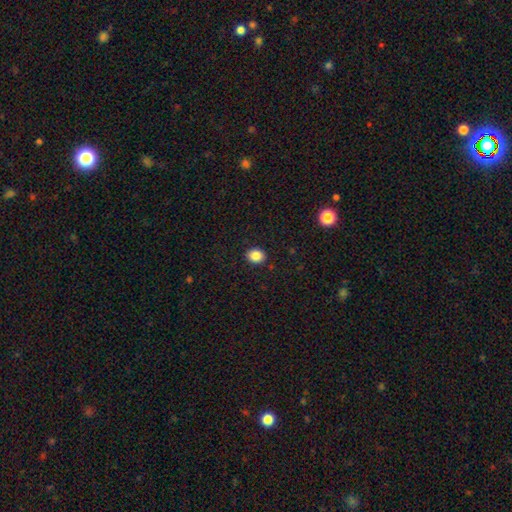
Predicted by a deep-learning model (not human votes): Smooth or featured? Predicted: smooth (p=0.85). How rounded? Predicted: round (p=0.55). Merging? Predicted: none (p=0.90).